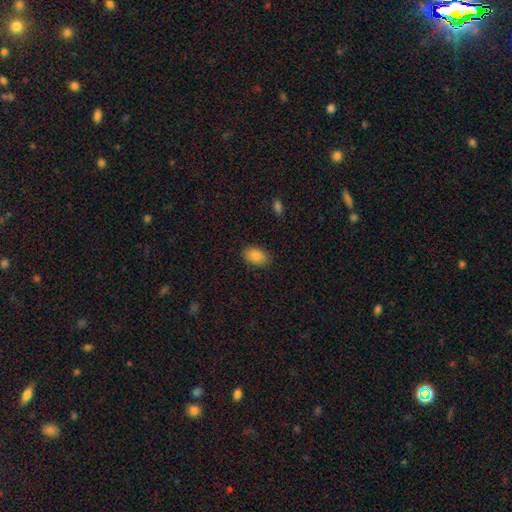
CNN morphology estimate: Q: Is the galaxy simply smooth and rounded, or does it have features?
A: smooth — 87%.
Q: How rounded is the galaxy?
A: in between — 90%.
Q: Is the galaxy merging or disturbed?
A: none — 86%.